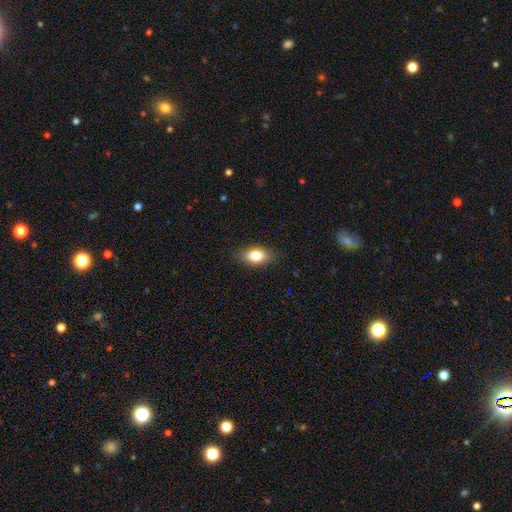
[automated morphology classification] This appears to be a smooth galaxy with no disk features (81%) that is in between round and cigar-shaped (86%). Merging: none (85%).